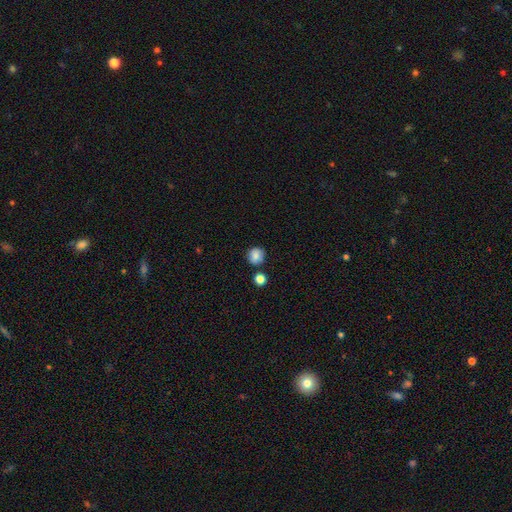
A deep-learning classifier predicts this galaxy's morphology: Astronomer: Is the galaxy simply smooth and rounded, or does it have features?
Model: smooth — 79%.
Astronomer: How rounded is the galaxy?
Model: round — 90%.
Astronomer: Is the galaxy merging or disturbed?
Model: none — 78%.